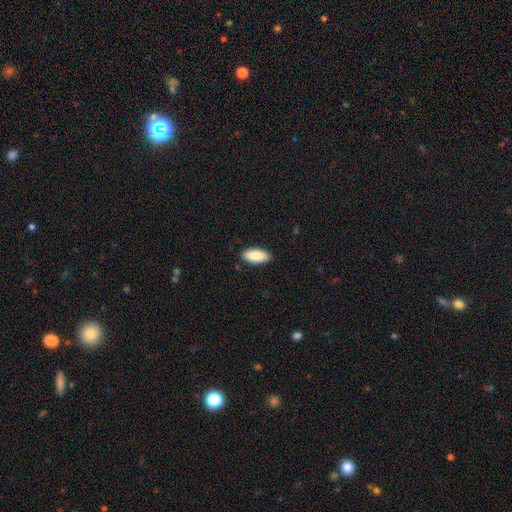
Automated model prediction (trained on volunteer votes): Q: Smooth or featured?
A: smooth (89%); runner-up: star or artifact (6%)
Q: How rounded?
A: in between (86%); runner-up: cigar-shaped (12%)
Q: Merging?
A: none (88%); runner-up: minor disturbance (9%)